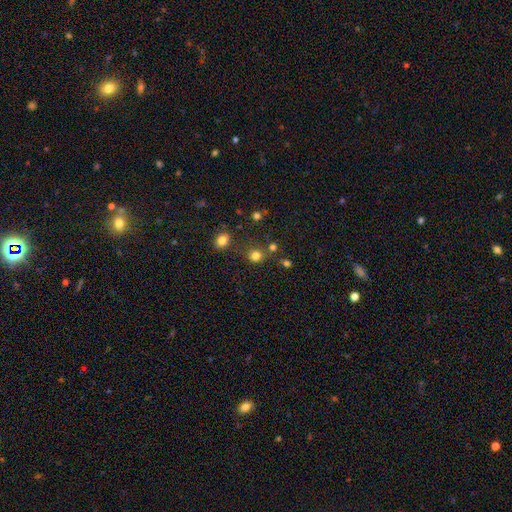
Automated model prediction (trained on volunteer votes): Overall: smooth (78%). How rounded: round (85%). Merging: none (72%).